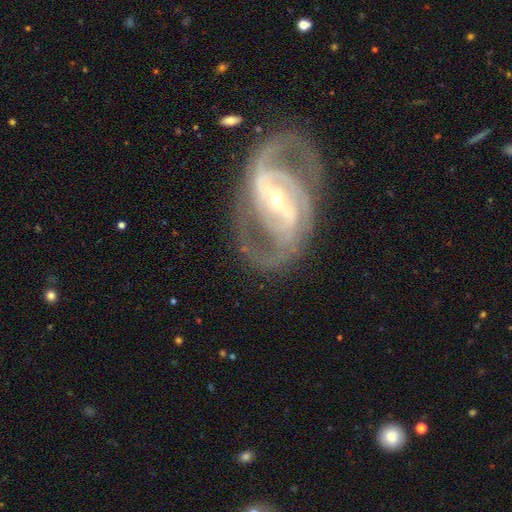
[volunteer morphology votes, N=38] A featured or disk galaxy (92%) with a strong bar (57%), 2 (89%) medium (57%) spiral arms (100%) and a small central bulge (74%).

Vote fractions:
- Smooth or featured? featured or disk: 92% / star or artifact: 5% / smooth: 3%
- Edge-on disk? no: 100% / yes: 0%
- Bar? strong: 57% / weak: 31% / no: 11%
- Spiral arms? yes: 100% / no: 0%
- Spiral winding? medium: 57% / tight: 29% / loose: 14%
- Spiral arm count? 2: 89% / can't tell: 6% / 1: 3% / 3: 3% / 4: 0% / more than 4: 0%
- Bulge size? small: 74% / moderate: 26% / dominant: 0% / large: 0% / none: 0%
- Merging? none: 72% / major disturbance: 14% / merger: 8% / minor disturbance: 6%